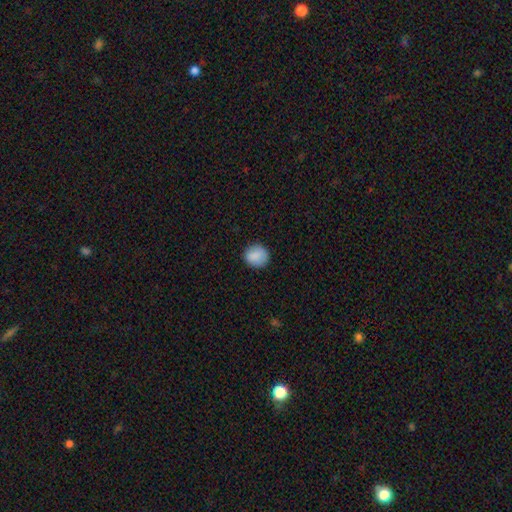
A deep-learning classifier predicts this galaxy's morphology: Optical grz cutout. It shows a smooth galaxy with no disk features (88%) that is round (83%). Merging: none (87%).